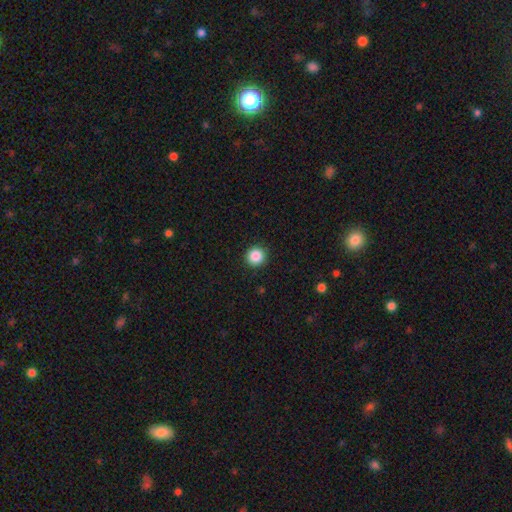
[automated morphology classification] Overall: smooth (87%). How rounded: round (94%). Merging: none (92%).